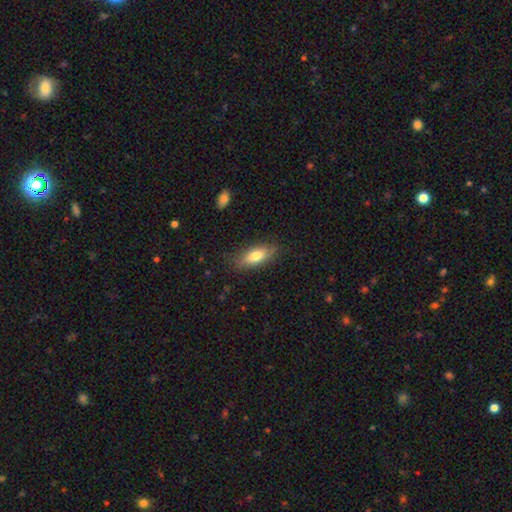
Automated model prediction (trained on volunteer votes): This appears to be a smooth galaxy with no disk features (75%) that is in between round and cigar-shaped (74%). Merging: none (81%).